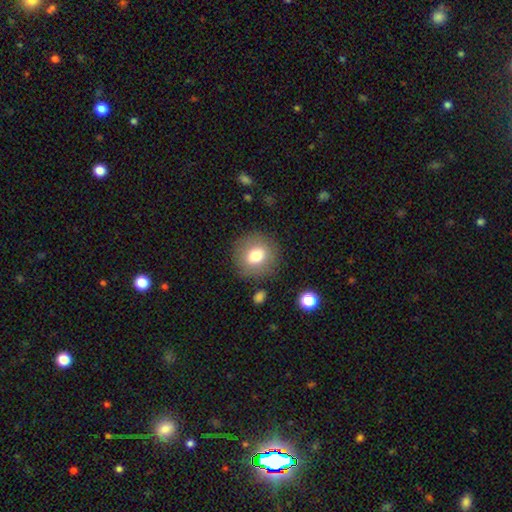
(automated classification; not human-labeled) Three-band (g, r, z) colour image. It shows a smooth galaxy with no disk features (75%) that is round (82%). Merging: none (85%).